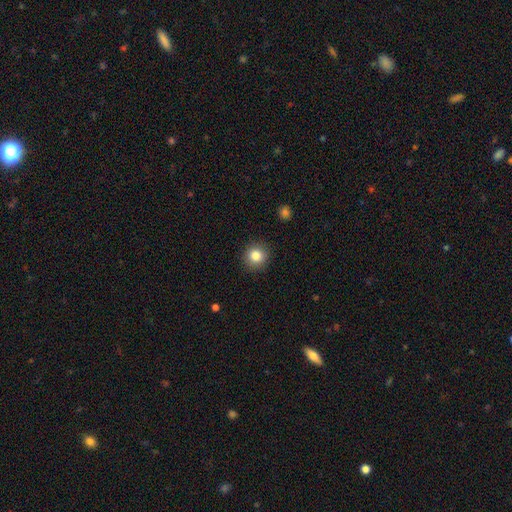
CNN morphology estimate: A smooth galaxy with no disk features (84%) that is round (91%). Merging: none (91%).